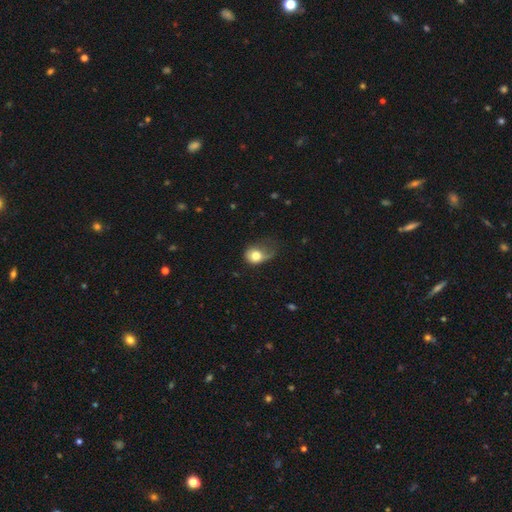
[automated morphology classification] Smooth or featured? smooth (73%)
How rounded? round (52%)
Merging? major disturbance (45%)